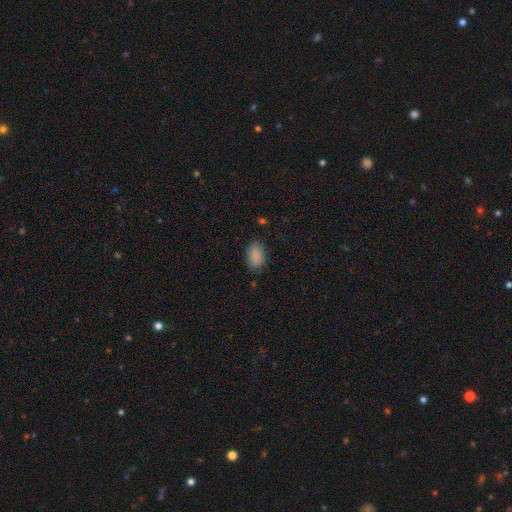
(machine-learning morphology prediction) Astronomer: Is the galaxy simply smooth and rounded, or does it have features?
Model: smooth — 87%.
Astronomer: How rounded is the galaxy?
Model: in between — 87%.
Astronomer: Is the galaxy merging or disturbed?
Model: none — 81%.